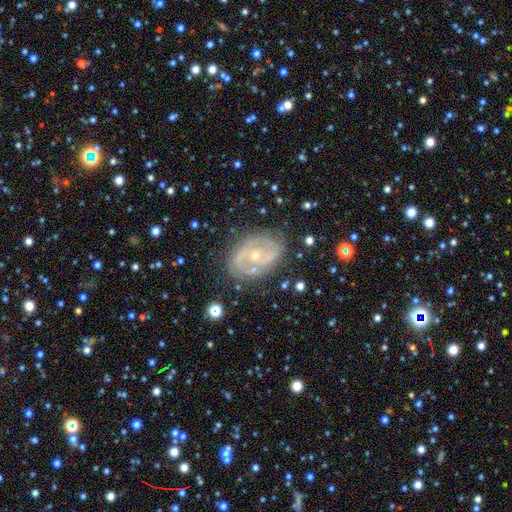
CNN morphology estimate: featured or disk 81%, smooth 12%, star or artifact 7%. Down the decision tree: edge-on disk — no (96%); bar — no (57%); spiral arms — yes (87%); spiral arm count — 2 (68%); spiral winding — medium (42%, tied with tight); bulge size — small (65%); merging — none (76%).